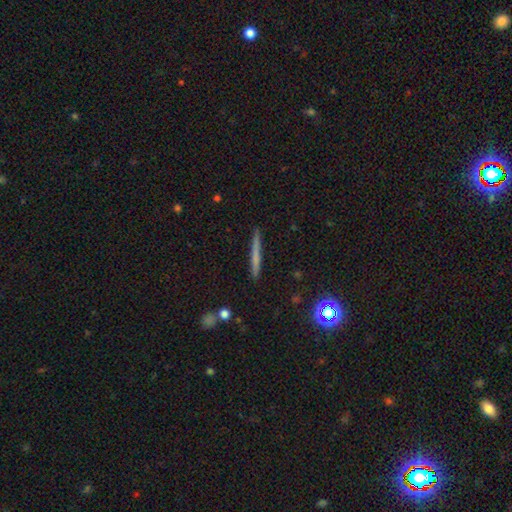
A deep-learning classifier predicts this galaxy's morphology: Smooth or featured: smooth — 55% (featured or disk — 36%)
How rounded: cigar-shaped — 95% (in between — 3%)
Merging: none — 90% (minor disturbance — 7%)